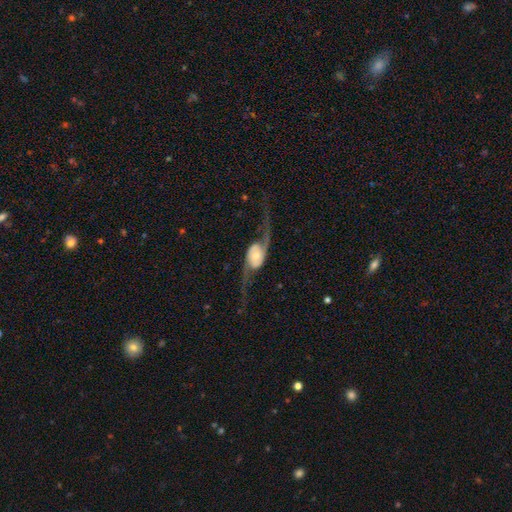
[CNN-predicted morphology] Smooth or featured?
  - featured or disk: 87% *
  - smooth: 8%
  - star or artifact: 5%
Edge-on disk?
  - no: 92% *
  - yes: 8%
Bar?
  - no: 62% *
  - weak: 24%
  - strong: 14%
Spiral arms?
  - yes: 96% *
  - no: 4%
Spiral winding?
  - loose: 84% *
  - medium: 13%
  - tight: 4%
Spiral arm count?
  - 2: 94% *
  - 1: 2%
  - can't tell: 2%
  - 3: 1%
  - 4: 1%
  - more than 4: 1%
Bulge size?
  - moderate: 47% *
  - small: 33%
  - large: 12%
  - dominant: 5%
  - none: 3%
Merging?
  - none: 62% *
  - major disturbance: 21%
  - minor disturbance: 14%
  - merger: 3%